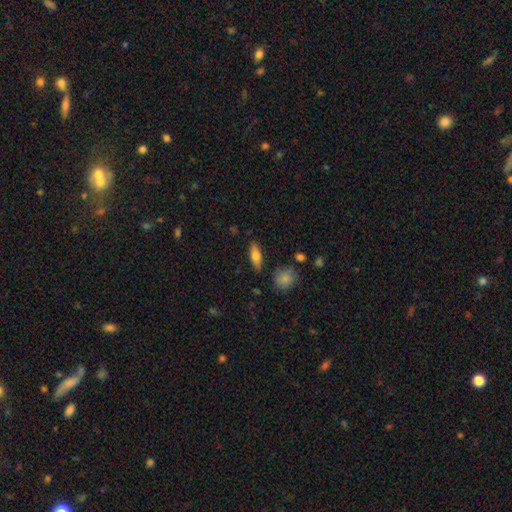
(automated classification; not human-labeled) The model was most divided on "how rounded": in between: 66%, cigar-shaped: 31%, round: 3%. More confident: merging — none (83%); smooth or featured — smooth (73%).